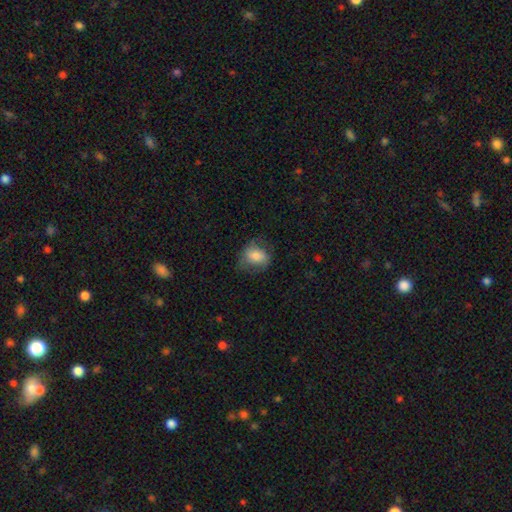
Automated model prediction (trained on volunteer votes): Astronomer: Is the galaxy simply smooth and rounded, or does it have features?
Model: smooth — 73%.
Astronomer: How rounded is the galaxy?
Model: in between — 60% (runner-up: round, 39%).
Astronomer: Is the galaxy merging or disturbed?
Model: none — 59%.